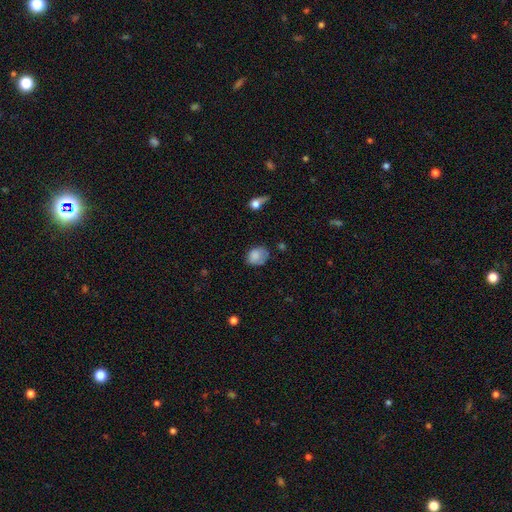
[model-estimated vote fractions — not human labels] A smooth galaxy with no disk features (82%) that is in between round and cigar-shaped (57%). Merging: none (56%).